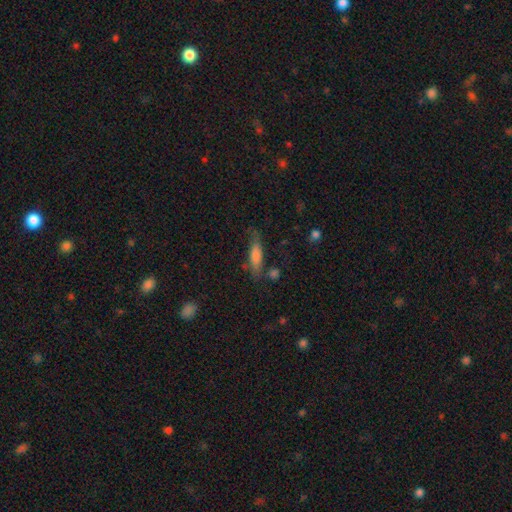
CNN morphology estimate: Smooth or featured? Predicted: smooth (p=0.68). How rounded? Predicted: cigar-shaped (p=0.66). Merging? Predicted: none (p=0.65).